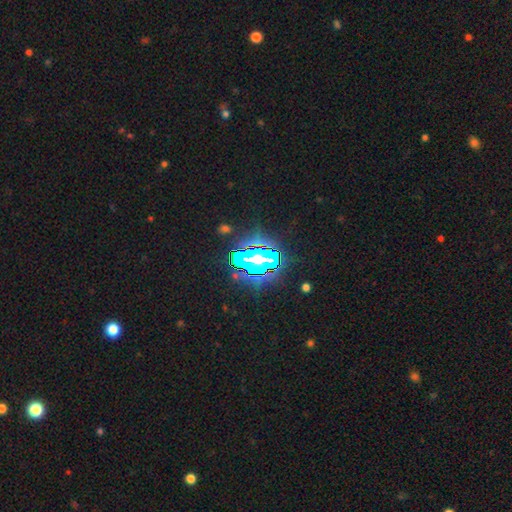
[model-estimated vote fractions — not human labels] A star or artifact, not a galaxy (82%).

Vote fractions:
- Smooth or featured? star or artifact: 82% / smooth: 11% / featured or disk: 8%